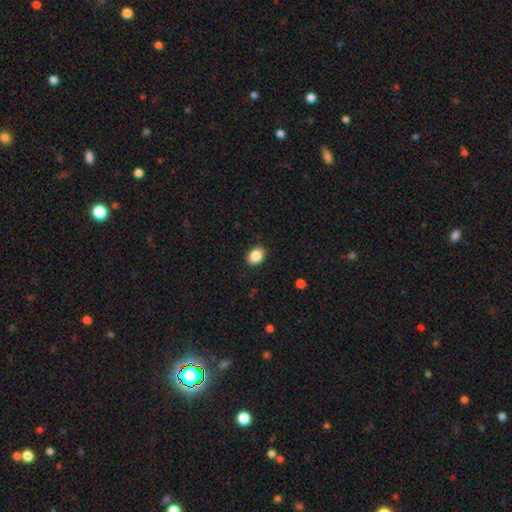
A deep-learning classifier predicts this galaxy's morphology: Smooth or featured? smooth (87%)
How rounded? in between (61%)
Merging? none (89%)